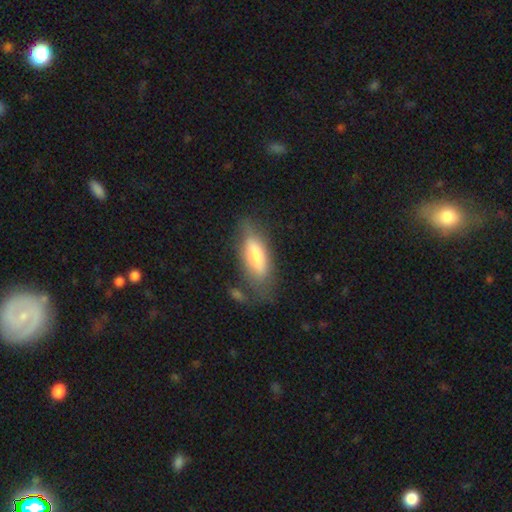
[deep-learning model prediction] smooth-or-featured: smooth: 67% | featured or disk: 27% | star or artifact: 6%
  how-rounded: in between: 60% | cigar-shaped: 38% | round: 2%
  merging: none: 63% | minor disturbance: 23% | major disturbance: 9% | merger: 5%